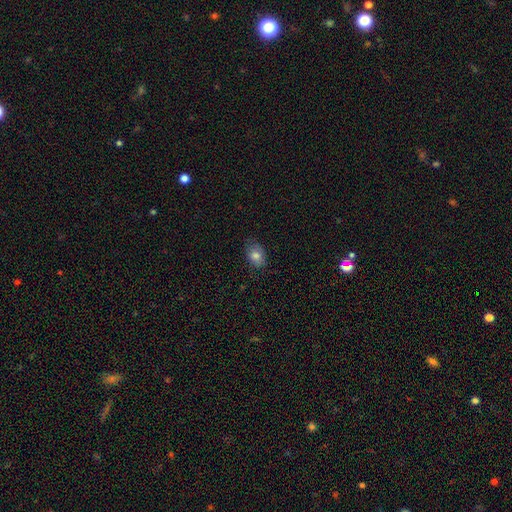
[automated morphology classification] type=smooth (80%); roundness=in between (76%); merging=none (75%).